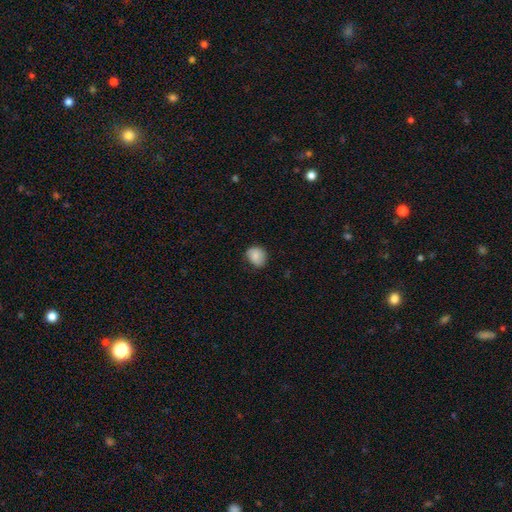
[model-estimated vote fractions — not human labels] Q: Smooth or featured?
A: smooth (83%); runner-up: featured or disk (9%)
Q: How rounded?
A: round (62%); runner-up: in between (37%)
Q: Merging?
A: none (70%); runner-up: minor disturbance (25%)